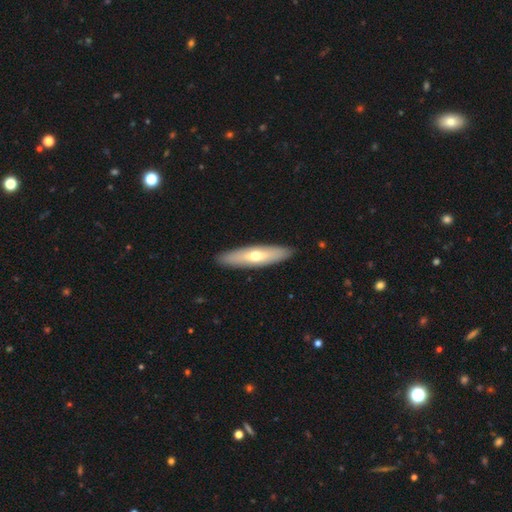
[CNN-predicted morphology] A smooth galaxy with no disk features (51%) that is cigar-shaped (73%). Merging: none (90%).